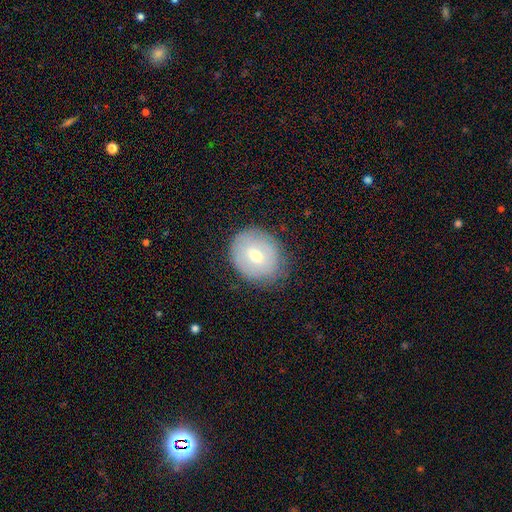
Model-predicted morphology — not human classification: smooth-or-featured: smooth: 55% | featured or disk: 36% | star or artifact: 8%
  how-rounded: round: 69% | in between: 31% | cigar-shaped: 1%
  merging: none: 78% | minor disturbance: 17% | major disturbance: 5% | merger: 1%